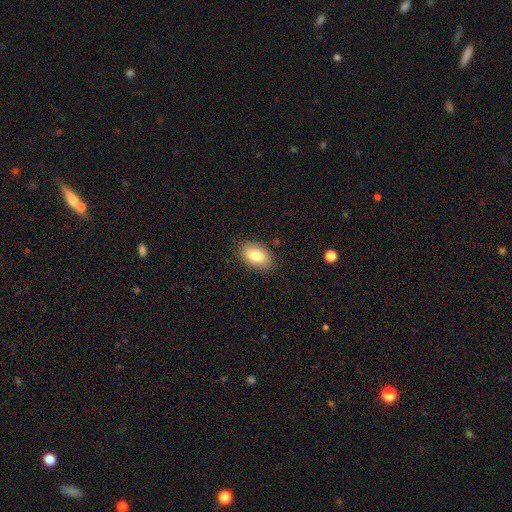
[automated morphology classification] Q: Smooth or featured?
A: smooth (79%); runner-up: featured or disk (14%)
Q: How rounded?
A: in between (90%); runner-up: round (8%)
Q: Merging?
A: none (86%); runner-up: minor disturbance (11%)